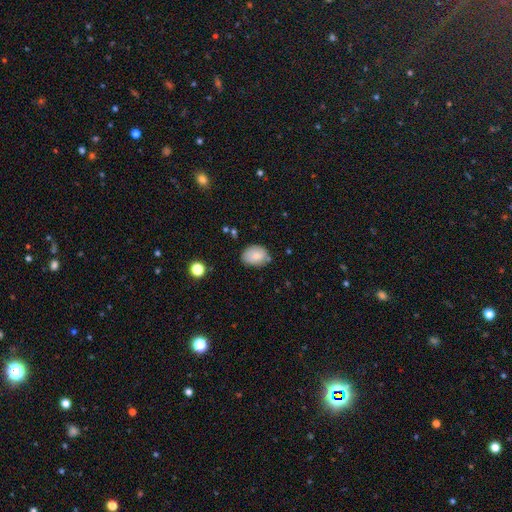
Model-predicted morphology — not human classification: The model was most divided on "how rounded": in between: 73%, round: 26%, cigar-shaped: 1%. More confident: smooth or featured — smooth (83%); merging — none (73%).